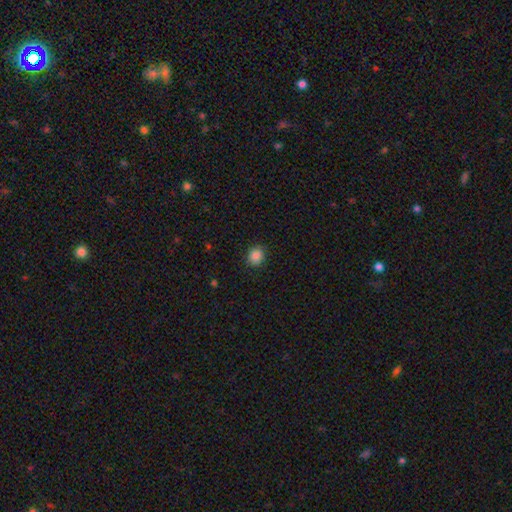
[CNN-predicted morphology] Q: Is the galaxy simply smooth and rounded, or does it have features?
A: smooth — 87%.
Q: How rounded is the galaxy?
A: round — 74%.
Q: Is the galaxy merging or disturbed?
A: none — 88%.